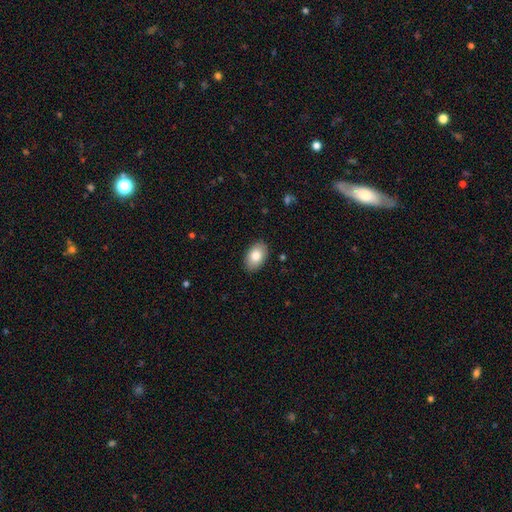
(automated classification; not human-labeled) A smooth galaxy with no disk features (83%) that is in between round and cigar-shaped (89%). Merging: none (88%).